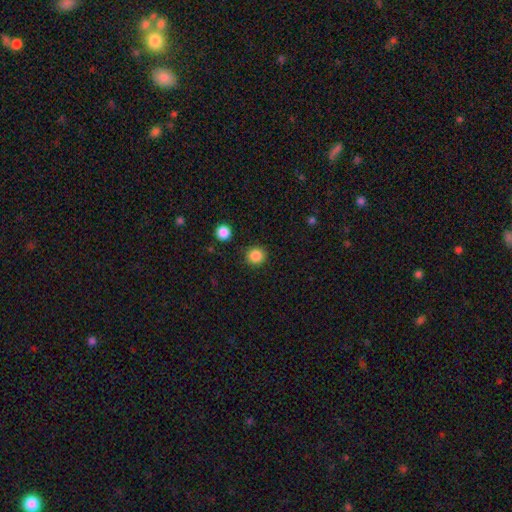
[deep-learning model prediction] smooth 87%, star or artifact 10%, featured or disk 3%. Down the decision tree: how rounded — round (92%); merging — none (90%).